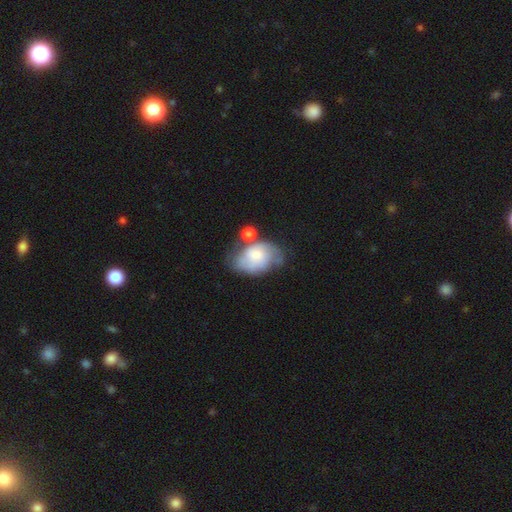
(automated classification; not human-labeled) Smooth or featured? Predicted: featured or disk (p=0.49). Merging? Predicted: none (p=0.41).